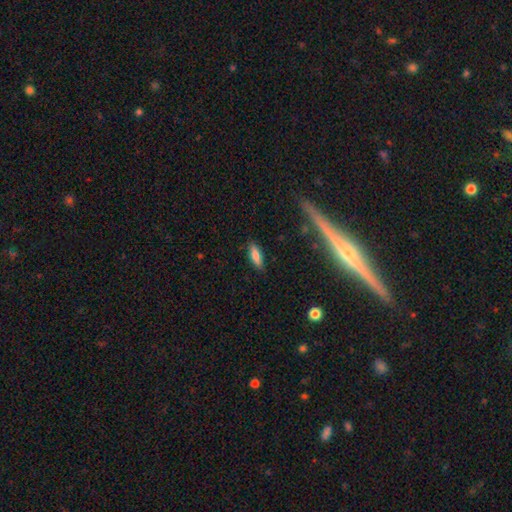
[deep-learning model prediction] Smooth or featured? smooth (79%)
How rounded? in between (60%)
Merging? none (85%)